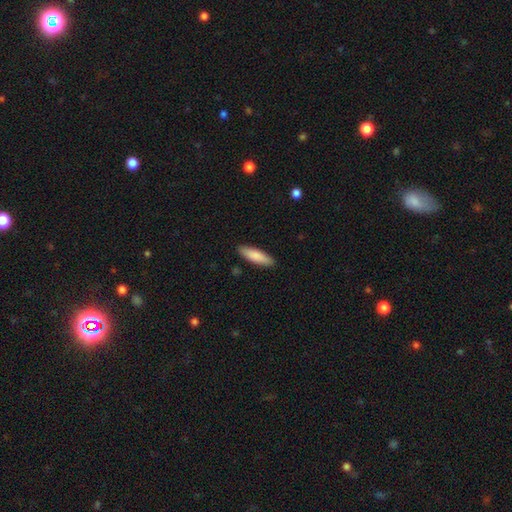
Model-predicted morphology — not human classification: A smooth galaxy with no disk features (86%) that is cigar-shaped (59%).

Vote fractions:
- Smooth or featured? smooth: 86% / featured or disk: 9% / star or artifact: 5%
- How rounded? cigar-shaped: 59% / in between: 39% / round: 1%
- Merging? none: 90% / minor disturbance: 8% / major disturbance: 2% / merger: 1%